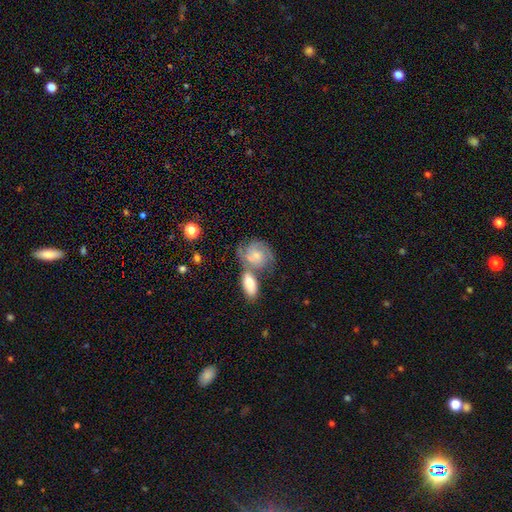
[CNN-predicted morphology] Smooth or featured? Predicted: featured or disk (p=0.64). Edge-on disk? Predicted: no (p=0.97). Bar? Predicted: no (p=0.73). Spiral arms? Predicted: yes (p=0.91). Spiral winding? Predicted: tight (p=0.48). Spiral arm count? Predicted: 2 (p=0.48). Bulge size? Predicted: small (p=0.63). Merging? Predicted: none (p=0.41).